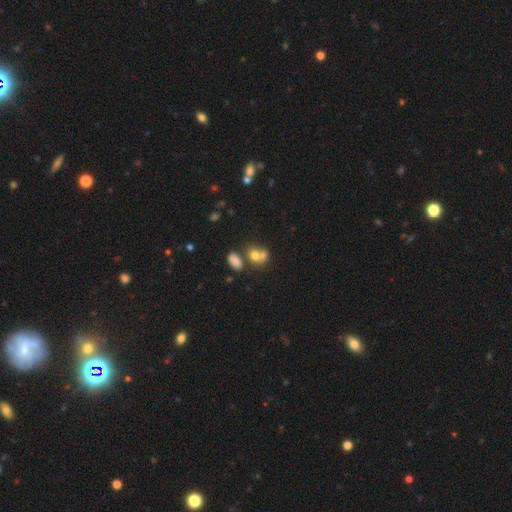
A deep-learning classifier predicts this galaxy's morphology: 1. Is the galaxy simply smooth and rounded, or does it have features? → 73% smooth, 15% featured or disk, 13% star or artifact.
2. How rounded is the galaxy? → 51% round, 48% in between, 1% cigar-shaped.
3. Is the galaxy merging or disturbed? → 53% merger, 33% none, 9% minor disturbance, 5% major disturbance.